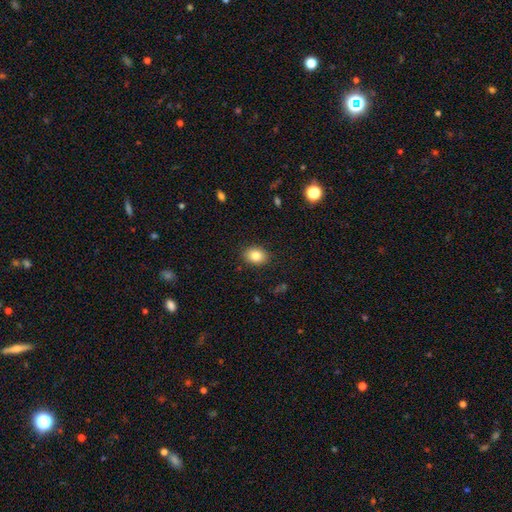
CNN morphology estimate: This is clearly a smooth galaxy (84%). How rounded: likely in between (71%). Merging: clearly none (88%).